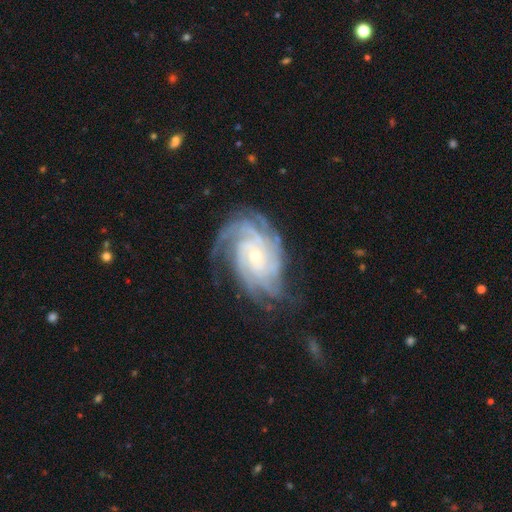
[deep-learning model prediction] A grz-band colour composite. It shows a featured or disk galaxy (90%) with no bar (71%), 4 (33%) tight (69%) spiral arms (98%) and a small central bulge (70%). Merging: none (71%).